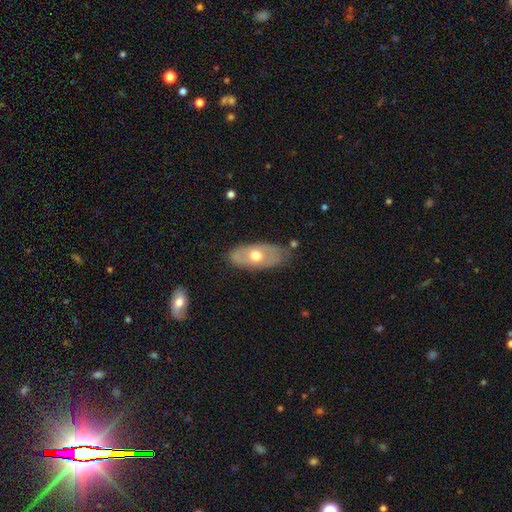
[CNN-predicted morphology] type=smooth (48%); merging=none (74%).